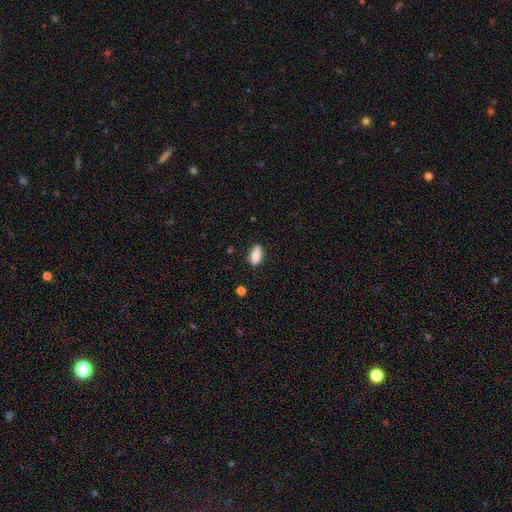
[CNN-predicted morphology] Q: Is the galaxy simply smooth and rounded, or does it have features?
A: smooth — 83%.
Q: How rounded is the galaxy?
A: in between — 80%.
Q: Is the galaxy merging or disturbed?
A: none — 72%.